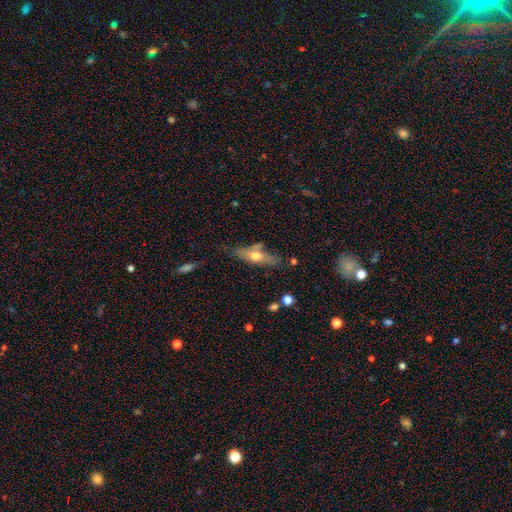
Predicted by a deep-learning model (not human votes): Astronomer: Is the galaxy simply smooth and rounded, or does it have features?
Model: smooth — 52% (runner-up: featured or disk, 41%).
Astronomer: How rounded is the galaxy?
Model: in between — 54% (runner-up: cigar-shaped, 42%).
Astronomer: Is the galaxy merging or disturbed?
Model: none — 59%.